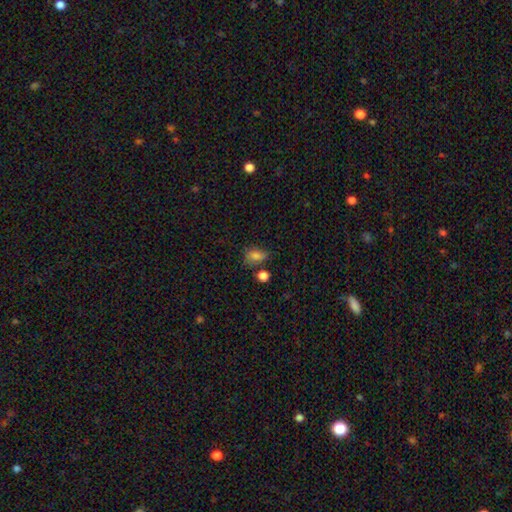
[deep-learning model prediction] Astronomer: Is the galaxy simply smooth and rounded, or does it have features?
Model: smooth — 78%.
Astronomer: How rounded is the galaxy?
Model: in between — 67%.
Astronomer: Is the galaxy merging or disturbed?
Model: none — 54%.